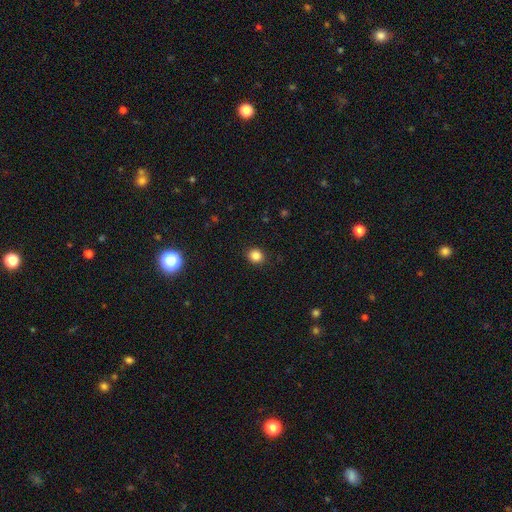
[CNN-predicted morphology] The model was most divided on "how rounded": round: 77%, in between: 22%, cigar-shaped: 1%. More confident: merging — none (90%); smooth or featured — smooth (84%).